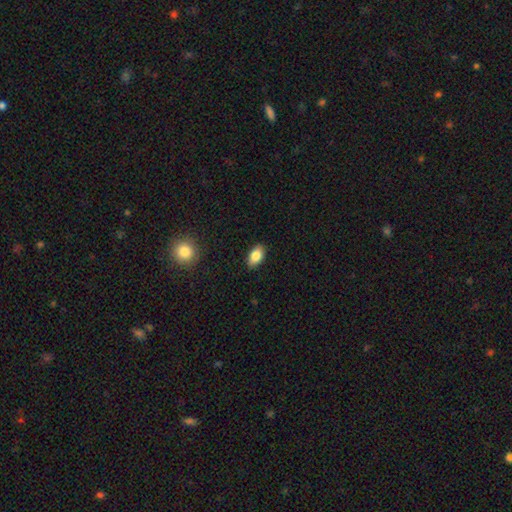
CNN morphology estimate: Q: Smooth or featured?
A: smooth (84%); runner-up: featured or disk (8%)
Q: How rounded?
A: in between (91%); runner-up: round (7%)
Q: Merging?
A: none (88%); runner-up: minor disturbance (9%)